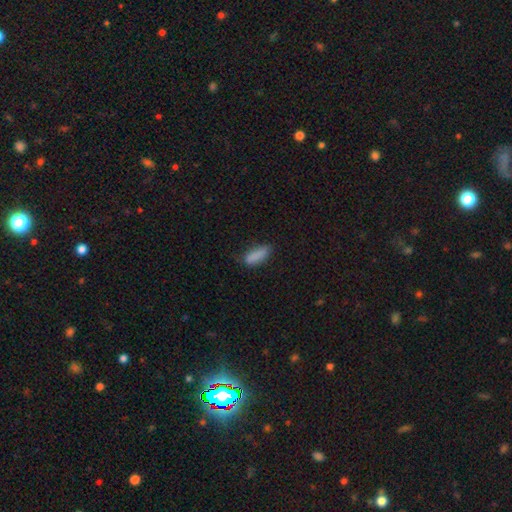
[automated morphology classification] smooth 85%, star or artifact 8%, featured or disk 7%. Down the decision tree: how rounded — in between (67%); merging — none (61%).